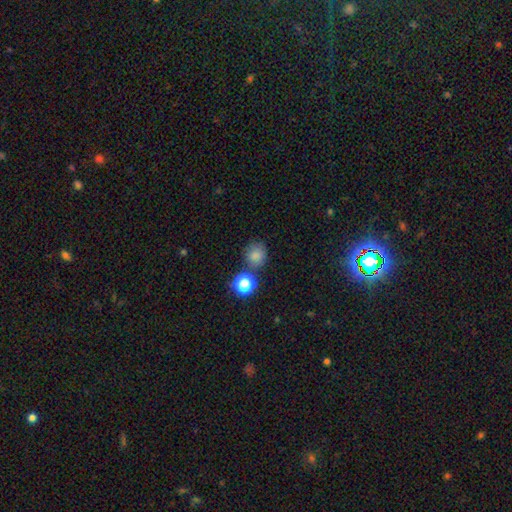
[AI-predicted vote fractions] smooth_or_featured: smooth (p=0.78) [alt: star or artifact p=0.15]
how_rounded: round (p=0.82) [alt: in between p=0.17]
merging: none (p=0.70) [alt: minor disturbance p=0.13]